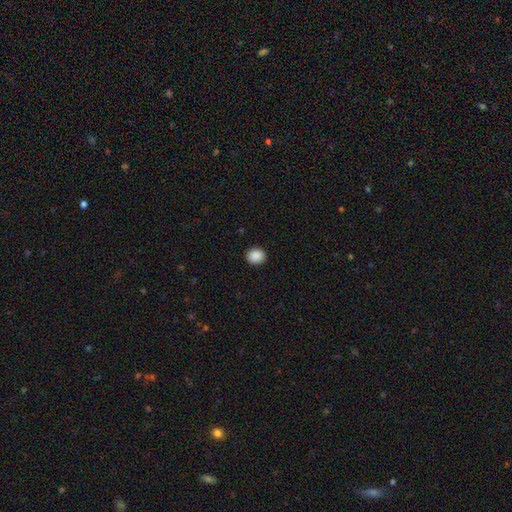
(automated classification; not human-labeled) Smooth or featured? smooth (89%)
How rounded? round (70%)
Merging? none (91%)